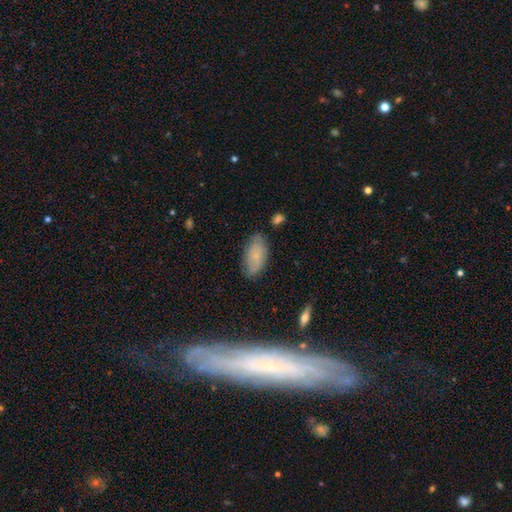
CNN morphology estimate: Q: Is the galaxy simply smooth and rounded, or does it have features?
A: smooth — 70%.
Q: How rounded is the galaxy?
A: in between — 92%.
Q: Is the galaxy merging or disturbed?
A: none — 75%.